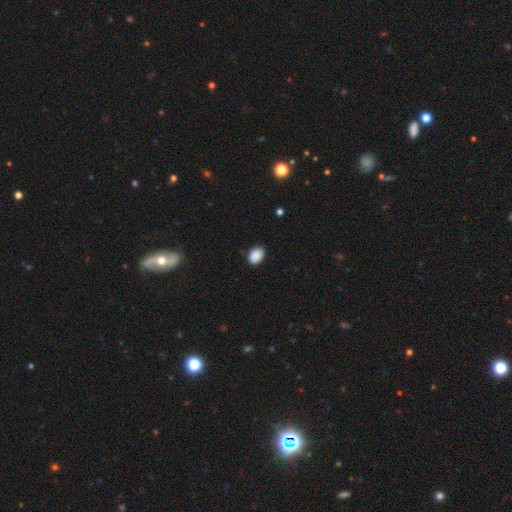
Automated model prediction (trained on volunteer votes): Overall: smooth (89%). How rounded: in between (75%). Merging: none (85%).